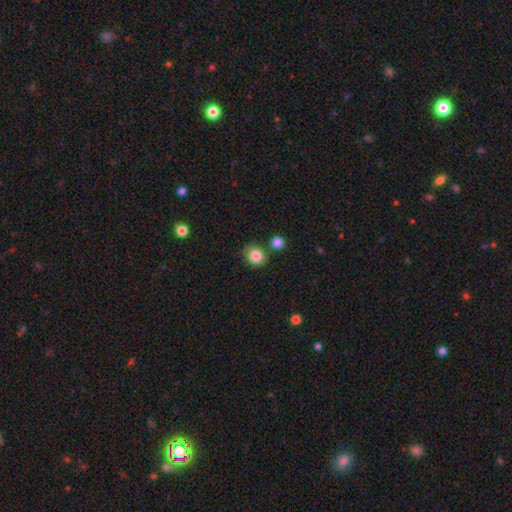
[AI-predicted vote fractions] smooth-or-featured: smooth: 85% | star or artifact: 10% | featured or disk: 5%
  how-rounded: round: 79% | in between: 20% | cigar-shaped: 1%
  merging: none: 76% | minor disturbance: 11% | merger: 11% | major disturbance: 3%